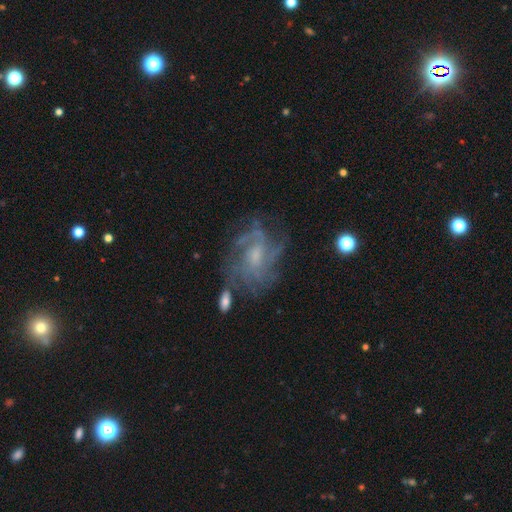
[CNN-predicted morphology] Smooth or featured: featured or disk — 82% (smooth — 9%)
Edge-on disk: no — 97% (yes — 3%)
Bar: no — 47% (weak — 45%)
Spiral arms: yes — 92% (no — 8%)
Spiral winding: medium — 44% (tight — 40%)
Spiral arm count: can't tell — 33% (4 — 21%)
Bulge size: small — 48% (moderate — 34%)
Merging: none — 62% (minor disturbance — 18%)